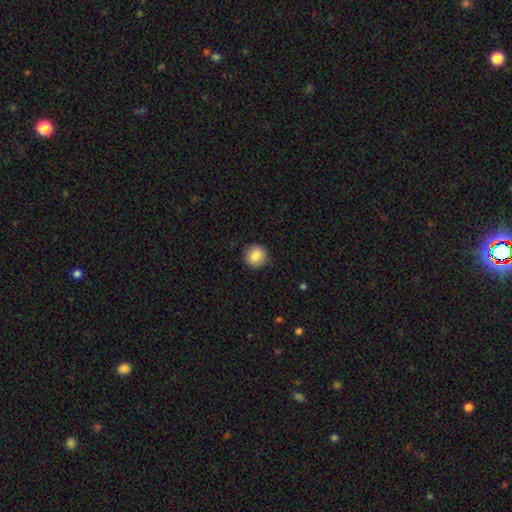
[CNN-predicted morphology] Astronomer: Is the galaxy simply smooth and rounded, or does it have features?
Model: smooth — 86%.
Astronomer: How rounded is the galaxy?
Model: round — 92%.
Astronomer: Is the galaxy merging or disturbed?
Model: none — 89%.